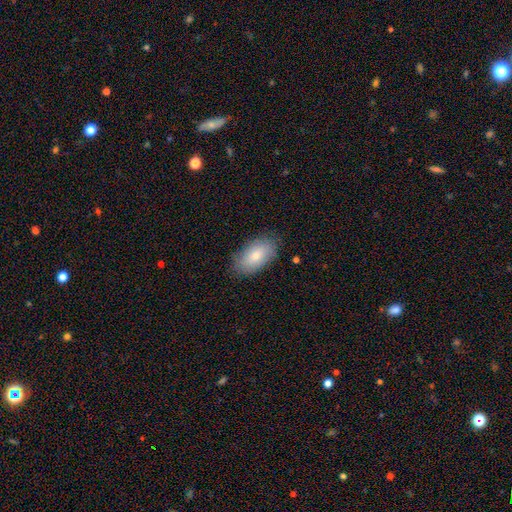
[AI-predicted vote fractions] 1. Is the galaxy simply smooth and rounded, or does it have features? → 79% smooth, 15% featured or disk, 7% star or artifact.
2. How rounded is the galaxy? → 94% in between, 3% round, 3% cigar-shaped.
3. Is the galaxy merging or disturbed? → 84% none, 12% minor disturbance, 3% major disturbance, 1% merger.